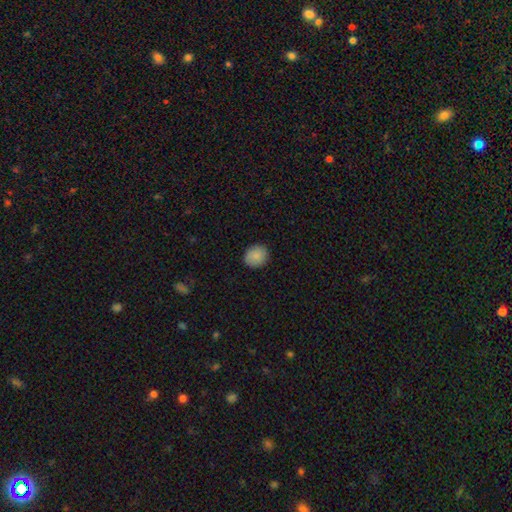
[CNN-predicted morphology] type=smooth (87%); roundness=round (84%); merging=none (89%).